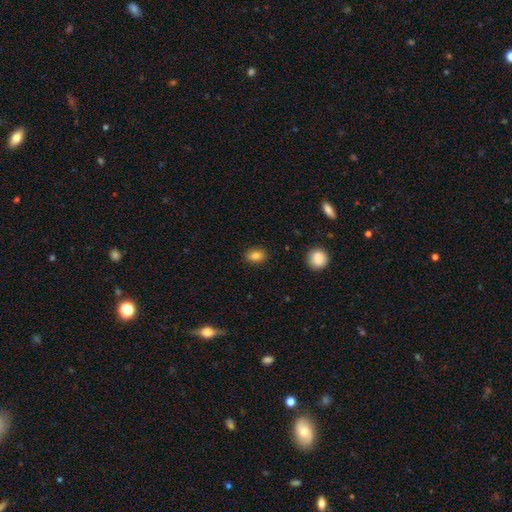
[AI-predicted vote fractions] A smooth galaxy with no disk features (82%) that is in between round and cigar-shaped (72%). Merging: none (88%).